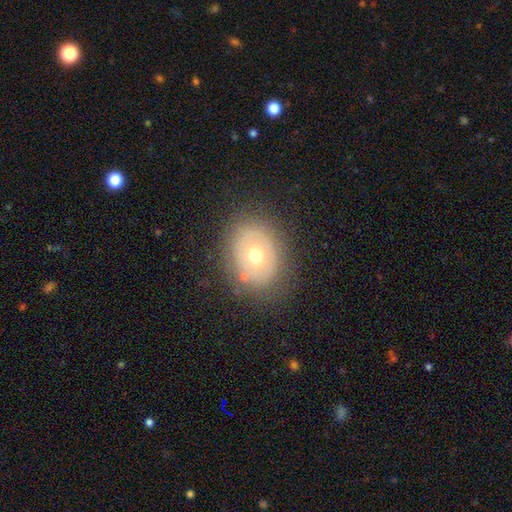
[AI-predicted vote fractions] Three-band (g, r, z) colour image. It shows a smooth galaxy with no disk features (51%) that is in between round and cigar-shaped (51%). Merging: none (78%).